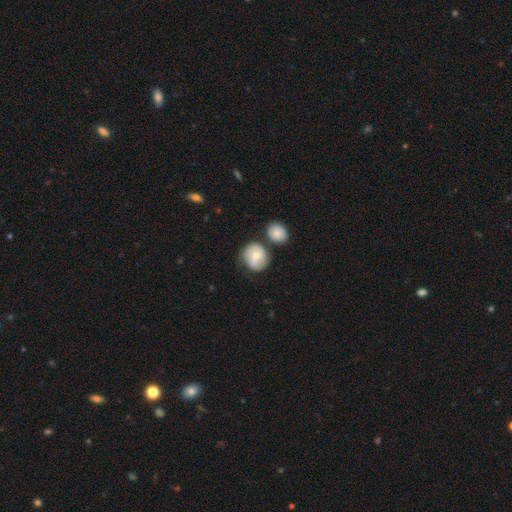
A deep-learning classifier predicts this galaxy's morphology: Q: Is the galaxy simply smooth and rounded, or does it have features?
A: smooth — 60%.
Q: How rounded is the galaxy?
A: round — 79%.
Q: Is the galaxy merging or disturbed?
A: none — 59%.